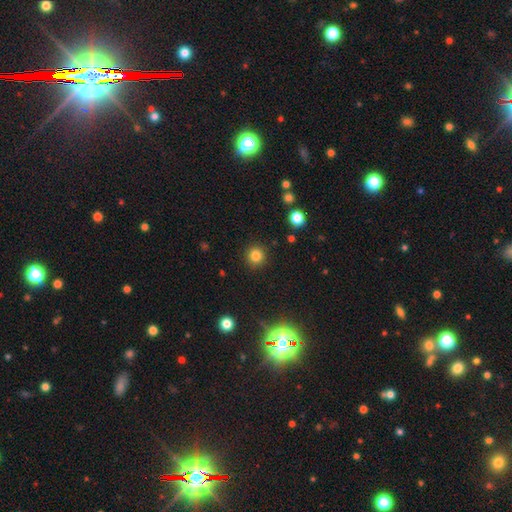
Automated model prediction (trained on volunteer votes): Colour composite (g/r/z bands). It shows a smooth galaxy with no disk features (82%) that is round (94%). Merging: none (91%).